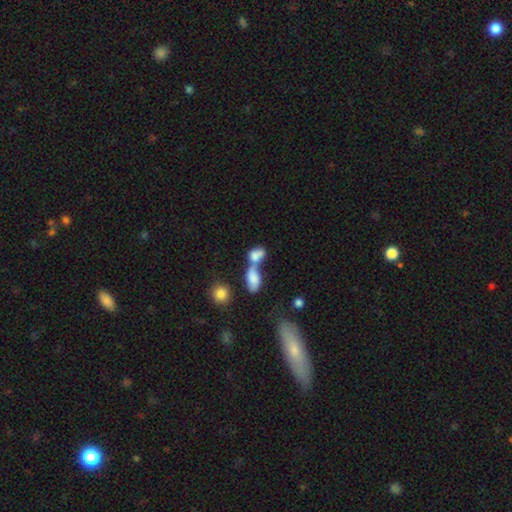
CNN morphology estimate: Smooth or featured? Predicted: smooth (p=0.73). How rounded? Predicted: in between (p=0.76). Merging? Predicted: merger (p=0.73).